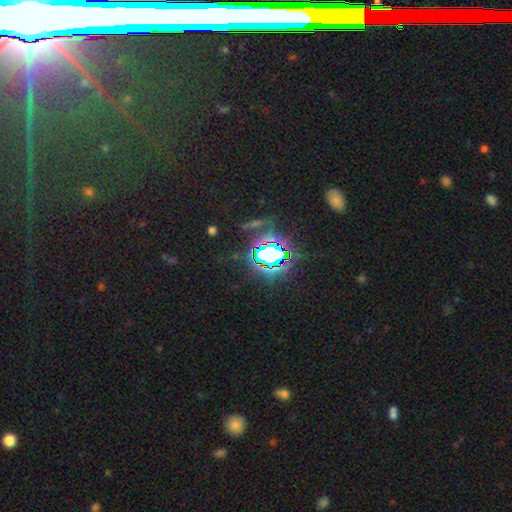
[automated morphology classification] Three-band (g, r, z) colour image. It shows a star or artifact, not a galaxy (80%).